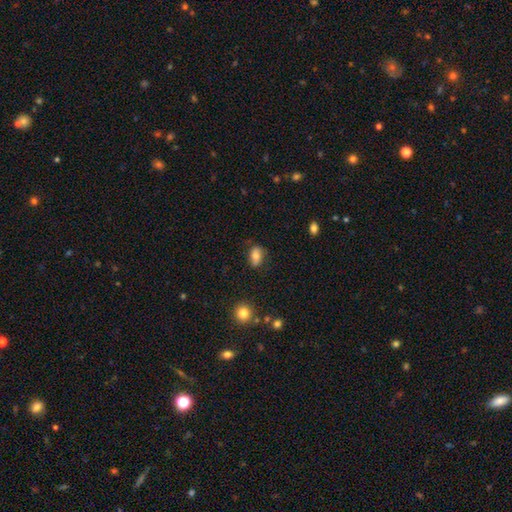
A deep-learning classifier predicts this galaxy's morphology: A smooth galaxy with no disk features (74%) that is in between round and cigar-shaped (82%). Merging: none (72%).